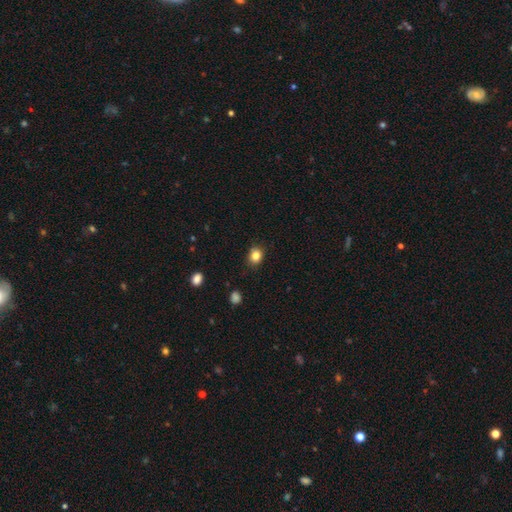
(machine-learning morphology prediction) The model was most divided on "how rounded": round: 67%, in between: 32%, cigar-shaped: 1%. More confident: merging — none (86%); smooth or featured — smooth (83%).